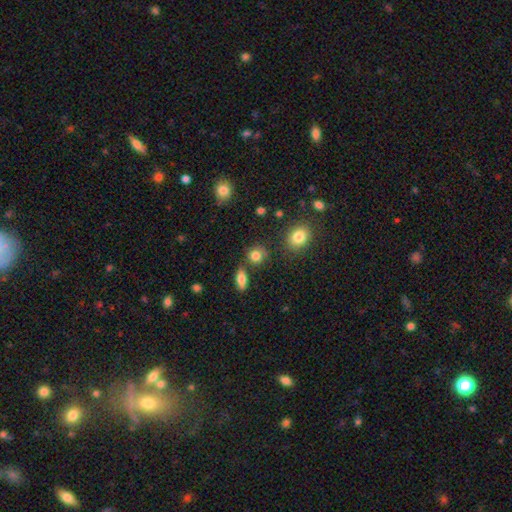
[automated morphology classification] Smooth or featured? smooth (82%)
How rounded? round (77%)
Merging? none (73%)